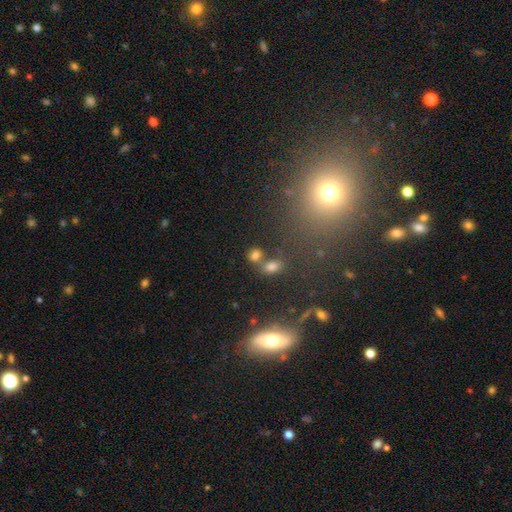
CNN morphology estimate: Smooth or featured? Predicted: smooth (p=0.71). How rounded? Predicted: in between (p=0.54). Merging? Predicted: none (p=0.54).